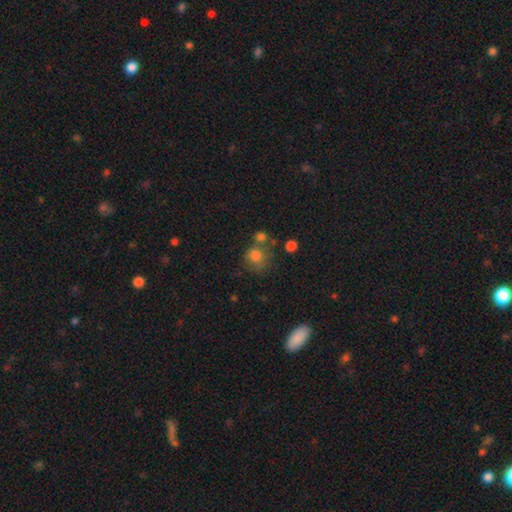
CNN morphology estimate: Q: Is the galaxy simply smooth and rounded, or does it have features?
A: smooth — 78%.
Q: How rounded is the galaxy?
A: round — 77%.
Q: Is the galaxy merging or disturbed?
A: none — 50%.